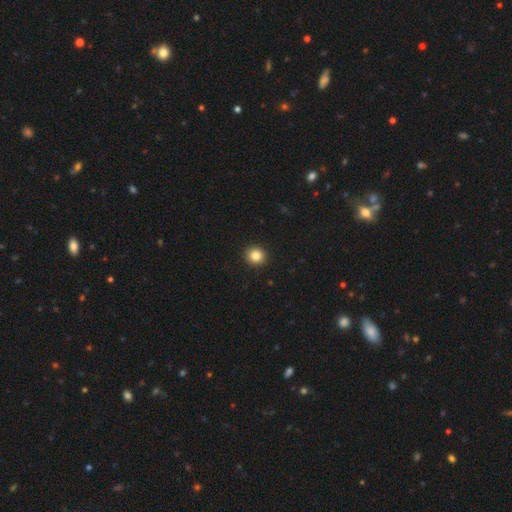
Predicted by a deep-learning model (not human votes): The model was most divided on "smooth or featured": smooth: 84%, star or artifact: 10%, featured or disk: 5%. More confident: merging — none (93%); how rounded — round (91%).